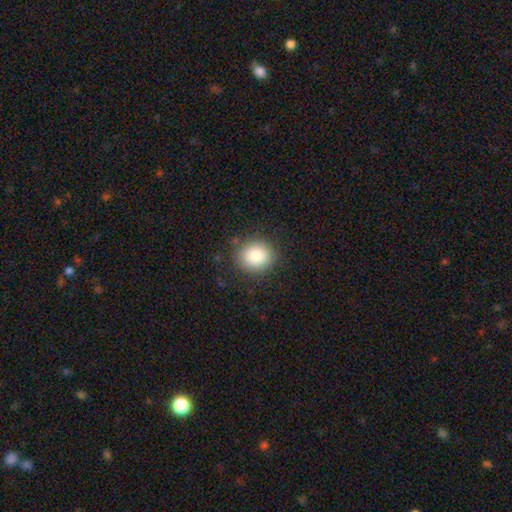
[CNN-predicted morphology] The model was most divided on "how rounded": round: 75%, in between: 24%, cigar-shaped: 1%. More confident: merging — none (86%); smooth or featured — smooth (85%).